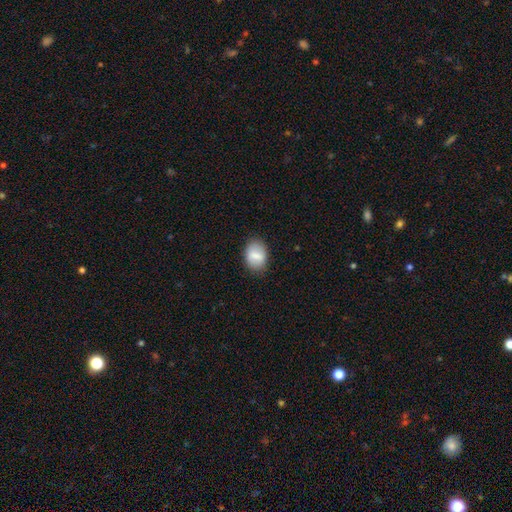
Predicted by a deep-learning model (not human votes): This is likely a smooth galaxy (71%). How rounded: likely in between (76%). Merging: clearly none (82%).